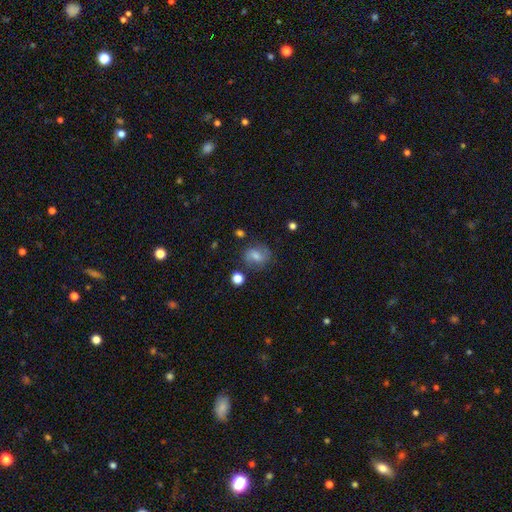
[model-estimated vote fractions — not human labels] Q: Smooth or featured?
A: smooth (47%); runner-up: featured or disk (38%)
Q: Merging?
A: none (75%); runner-up: minor disturbance (16%)